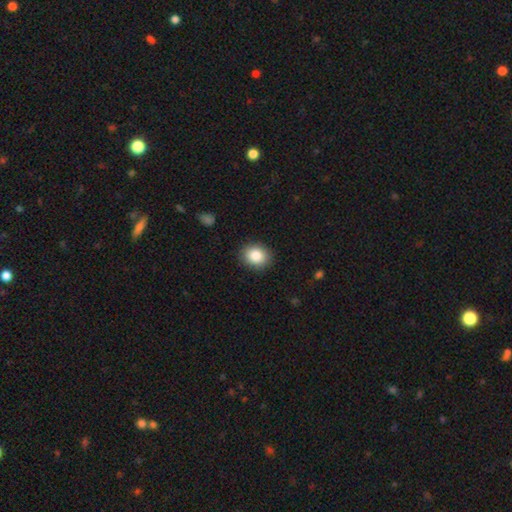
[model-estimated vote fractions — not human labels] Morphology: type=smooth (85%); roundness=round (60%); merging=none (89%).